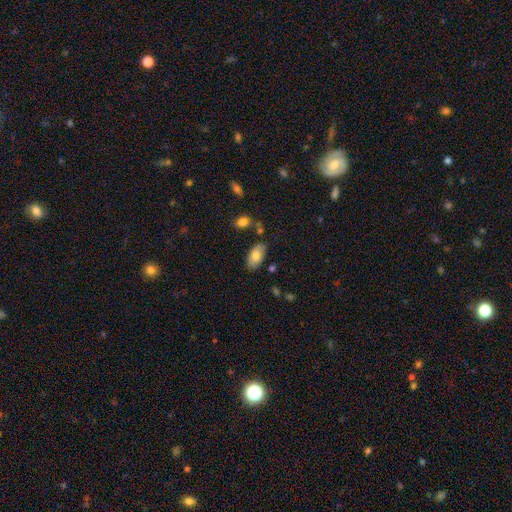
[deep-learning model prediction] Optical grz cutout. It shows a smooth galaxy with no disk features (76%) that is in between round and cigar-shaped (94%). Merging: none (76%).